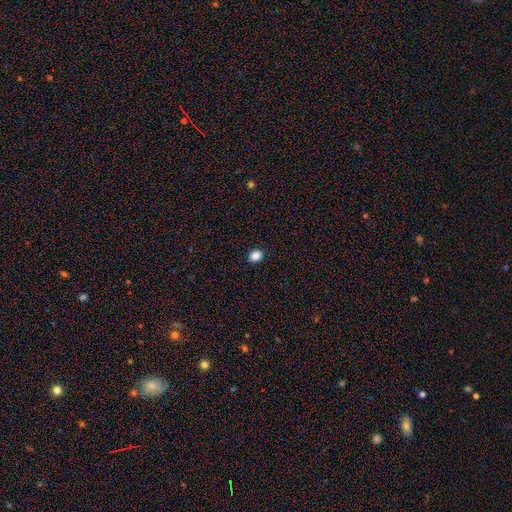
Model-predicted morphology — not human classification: Smooth or featured?
  - smooth: 87% *
  - star or artifact: 10%
  - featured or disk: 3%
How rounded?
  - round: 53% *
  - in between: 46%
  - cigar-shaped: 1%
Merging?
  - none: 91% *
  - minor disturbance: 6%
  - major disturbance: 2%
  - merger: 1%